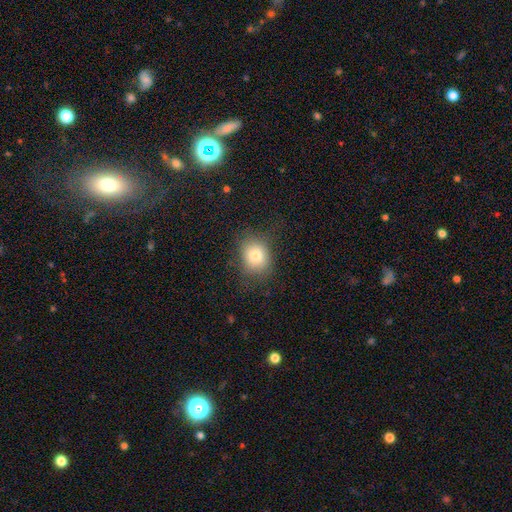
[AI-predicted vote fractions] This appears to be a smooth galaxy with no disk features (78%) that is round (61%). Merging: none (73%).